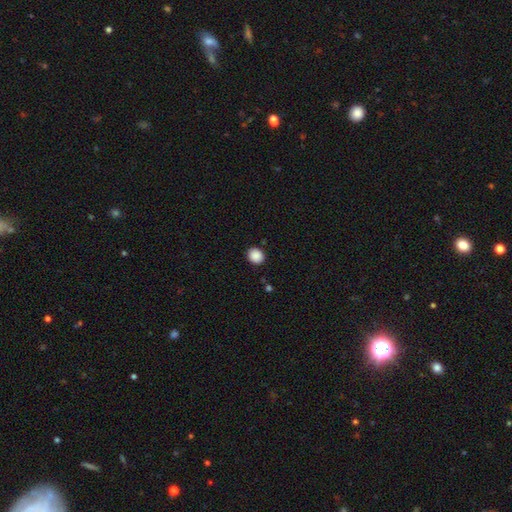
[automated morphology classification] Q: Smooth or featured?
A: smooth (89%); runner-up: star or artifact (9%)
Q: How rounded?
A: round (75%); runner-up: in between (24%)
Q: Merging?
A: none (89%); runner-up: minor disturbance (7%)